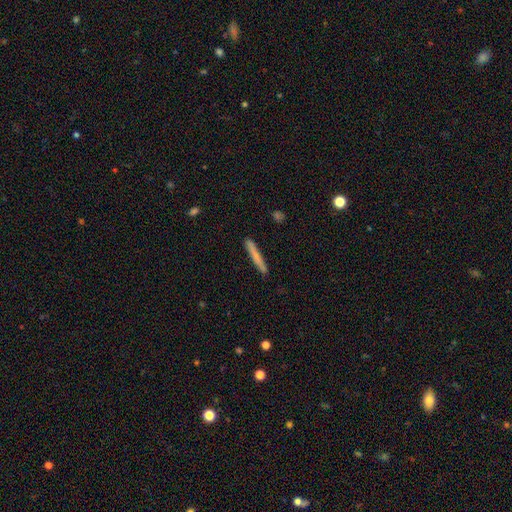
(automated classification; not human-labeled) Smooth or featured? Predicted: smooth (p=0.70). How rounded? Predicted: cigar-shaped (p=0.96). Merging? Predicted: none (p=0.89).